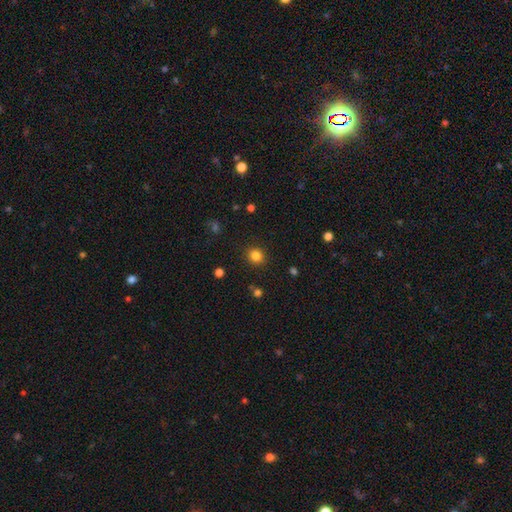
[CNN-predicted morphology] Smooth or featured: smooth — 82% (star or artifact — 13%)
How rounded: round — 87% (in between — 12%)
Merging: none — 90% (minor disturbance — 6%)